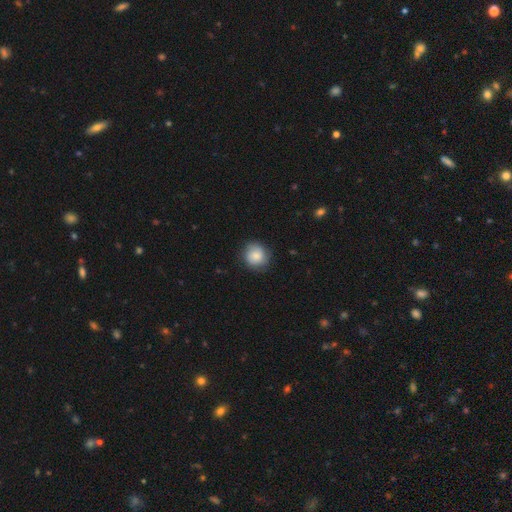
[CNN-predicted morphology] smooth-or-featured: smooth: 81% | featured or disk: 11% | star or artifact: 8%
  how-rounded: round: 86% | in between: 13% | cigar-shaped: 1%
  merging: none: 80% | minor disturbance: 15% | major disturbance: 4% | merger: 1%